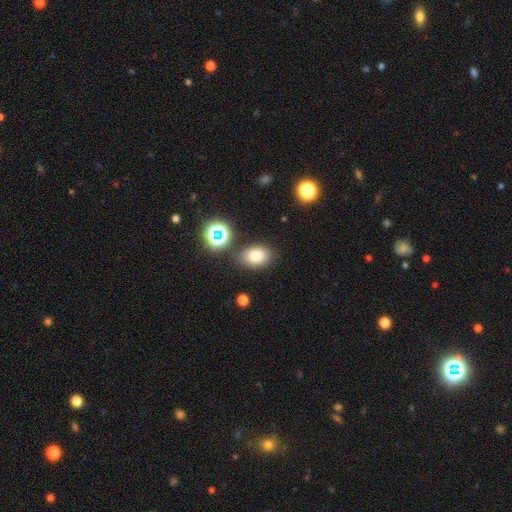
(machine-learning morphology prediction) A smooth galaxy with no disk features (75%) that is in between round and cigar-shaped (79%). Merging: none (79%).